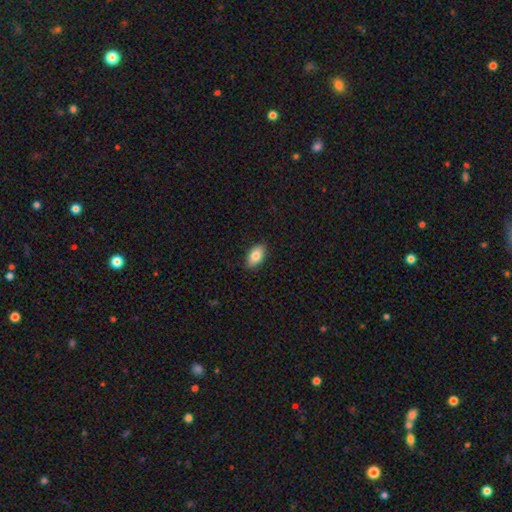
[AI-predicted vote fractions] A smooth galaxy with no disk features (83%) that is in between round and cigar-shaped (92%). Merging: none (89%).